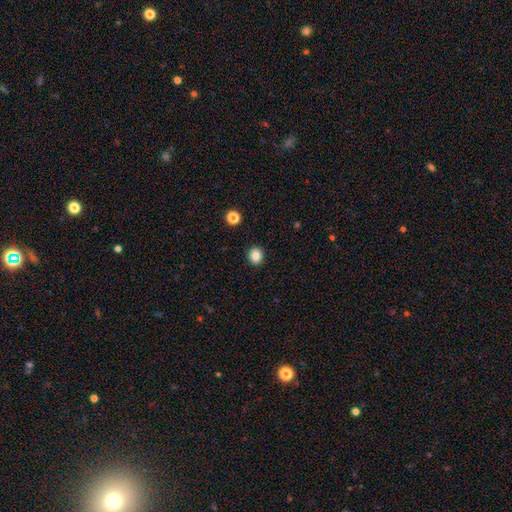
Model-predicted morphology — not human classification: Smooth or featured? Predicted: smooth (p=0.85). How rounded? Predicted: round (p=0.76). Merging? Predicted: none (p=0.92).